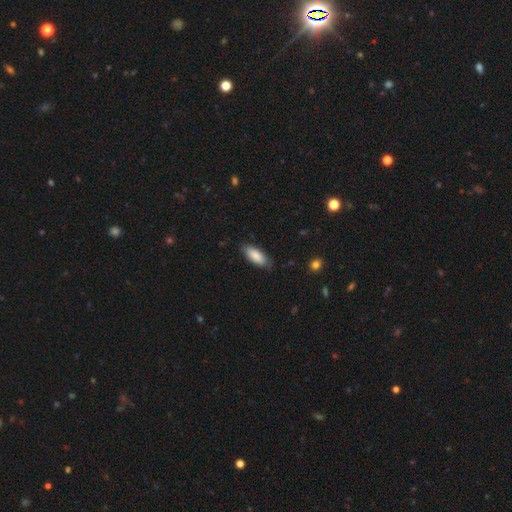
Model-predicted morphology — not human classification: smooth 87%, featured or disk 7%, star or artifact 6%. Down the decision tree: how rounded — in between (78%); merging — none (81%).